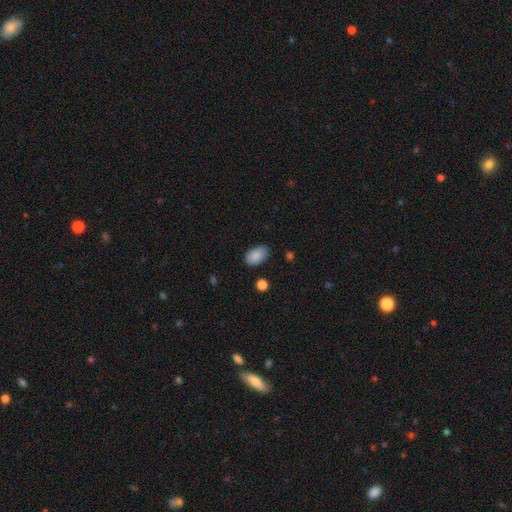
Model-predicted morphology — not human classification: The model was most divided on "merging": none: 81%, minor disturbance: 15%, major disturbance: 3%, merger: 2%. More confident: how rounded — in between (92%); smooth or featured — smooth (88%).